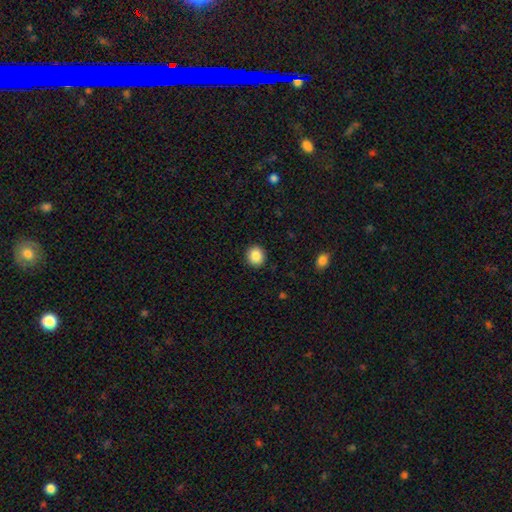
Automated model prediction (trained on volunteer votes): The model was most divided on "how rounded": round: 86%, in between: 13%, cigar-shaped: 1%. More confident: merging — none (92%); smooth or featured — smooth (87%).